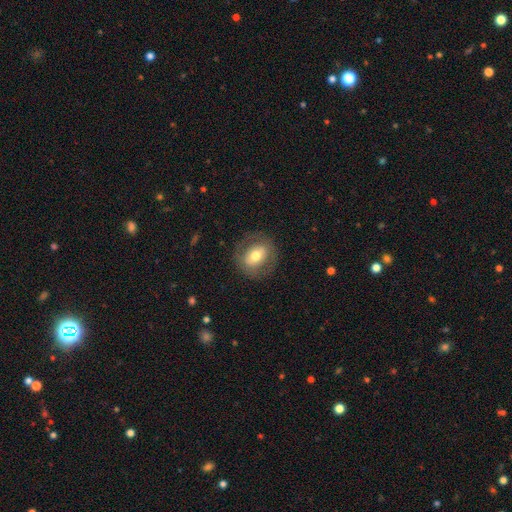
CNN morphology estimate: Smooth or featured? smooth (54%)
How rounded? round (62%)
Merging? none (79%)